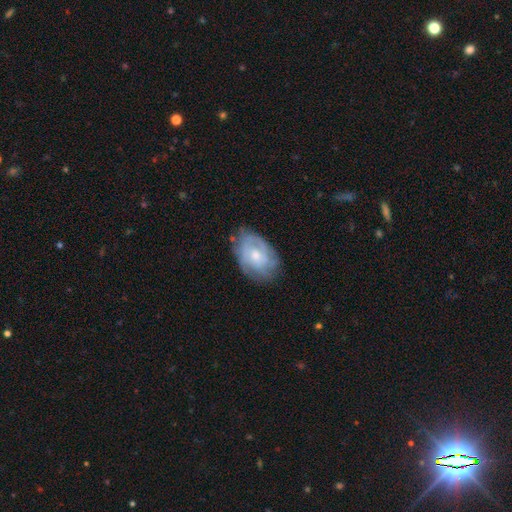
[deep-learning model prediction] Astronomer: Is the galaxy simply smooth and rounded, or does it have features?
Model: featured or disk — 64%.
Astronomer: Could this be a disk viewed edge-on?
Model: no — 96%.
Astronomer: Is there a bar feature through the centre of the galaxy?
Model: no — 75%.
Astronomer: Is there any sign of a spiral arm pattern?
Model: yes — 78%.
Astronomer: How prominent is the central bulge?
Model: small — 48% (runner-up: moderate, 46%).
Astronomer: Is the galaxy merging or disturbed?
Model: none — 68%.